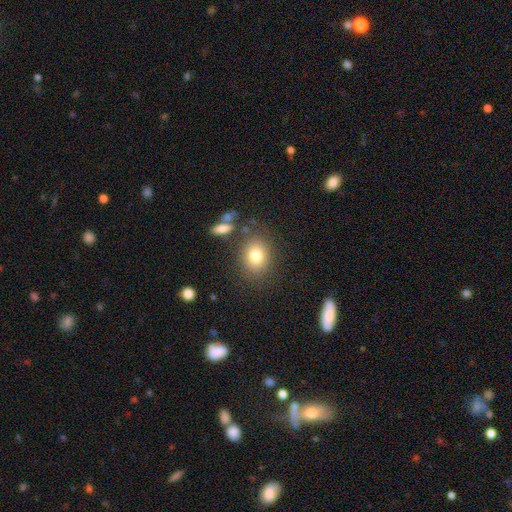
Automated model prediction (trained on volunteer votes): This appears to be a smooth galaxy with no disk features (79%) that is round (51%). Merging: none (79%).